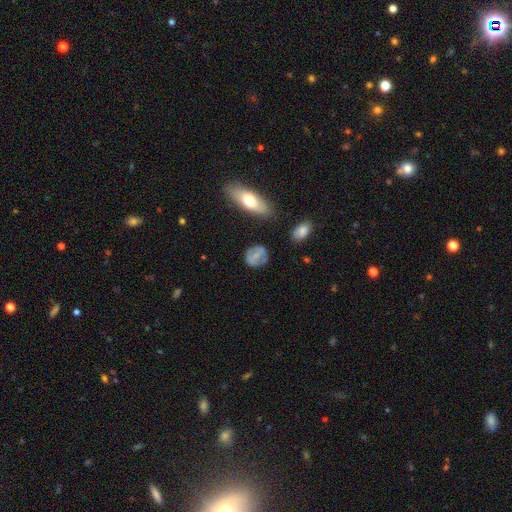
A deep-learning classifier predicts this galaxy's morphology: Q: Smooth or featured?
A: smooth (59%); runner-up: featured or disk (33%)
Q: How rounded?
A: round (60%); runner-up: in between (37%)
Q: Merging?
A: none (70%); runner-up: minor disturbance (19%)